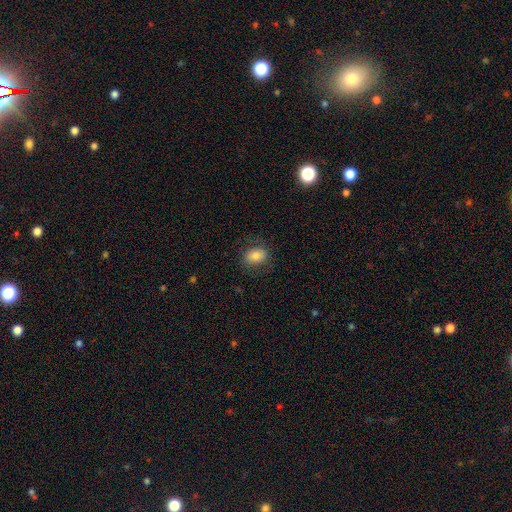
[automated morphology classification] Smooth or featured?
  - smooth: 81% *
  - featured or disk: 11%
  - star or artifact: 9%
How rounded?
  - in between: 70% *
  - round: 28%
  - cigar-shaped: 1%
Merging?
  - none: 79% *
  - minor disturbance: 14%
  - major disturbance: 6%
  - merger: 1%